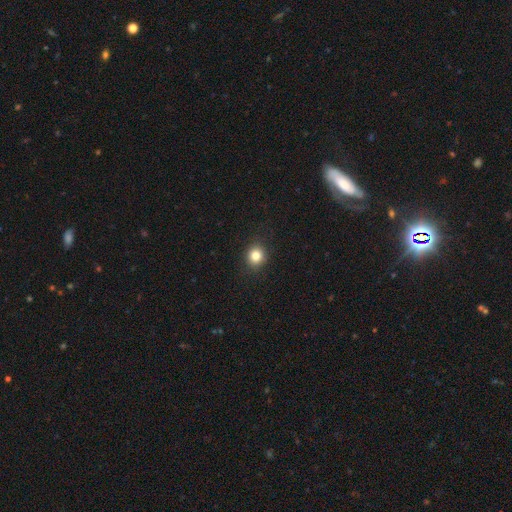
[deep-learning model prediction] Smooth or featured?
  - smooth: 82% *
  - star or artifact: 12%
  - featured or disk: 6%
How rounded?
  - round: 83% *
  - in between: 16%
  - cigar-shaped: 1%
Merging?
  - none: 90% *
  - minor disturbance: 7%
  - major disturbance: 2%
  - merger: 1%